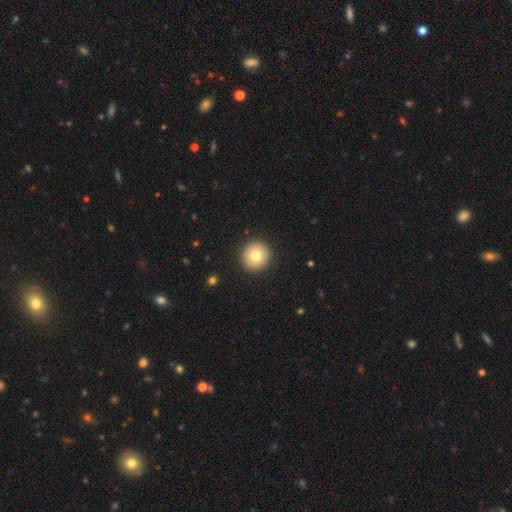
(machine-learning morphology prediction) Smooth or featured? Predicted: smooth (p=0.78). How rounded? Predicted: round (p=0.95). Merging? Predicted: none (p=0.92).